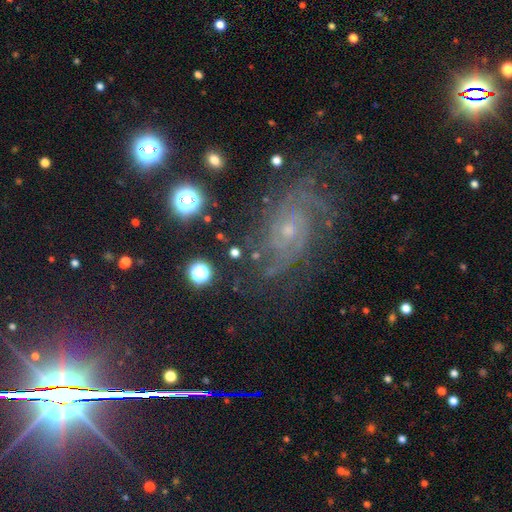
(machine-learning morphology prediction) smooth-or-featured: featured or disk: 79% | star or artifact: 12% | smooth: 9%
  disk-edge-on: no: 96% | yes: 4%
    bar: no: 69% | weak: 26% | strong: 5%
    has-spiral-arms: yes: 95% | no: 5%
      spiral-winding: tight: 58% | medium: 34% | loose: 8%
      spiral-arm-count: can't tell: 30% (tied) | 2: 30% (tied) | 3: 17% | 4: 9% | more than 4: 7% | 1: 7%
    bulge-size: small: 63% | moderate: 30% | none: 4% | large: 2% | dominant: 1%
  merging: none: 67% | minor disturbance: 18% | major disturbance: 12% | merger: 3%